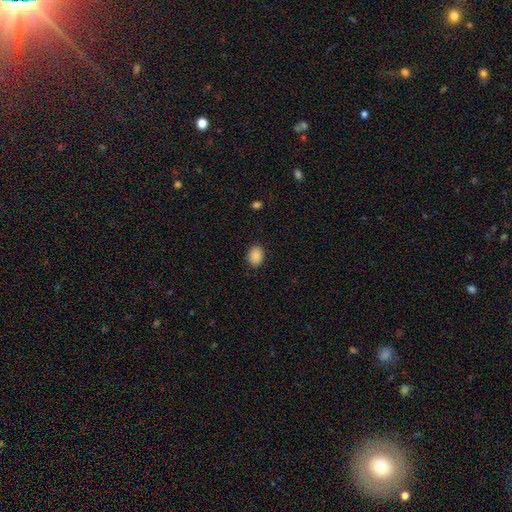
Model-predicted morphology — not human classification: A smooth galaxy with no disk features (89%) that is in between round and cigar-shaped (69%).

Vote fractions:
- Smooth or featured? smooth: 89% / star or artifact: 8% / featured or disk: 3%
- How rounded? in between: 69% / round: 30% / cigar-shaped: 1%
- Merging? none: 88% / minor disturbance: 9% / major disturbance: 2% / merger: 1%